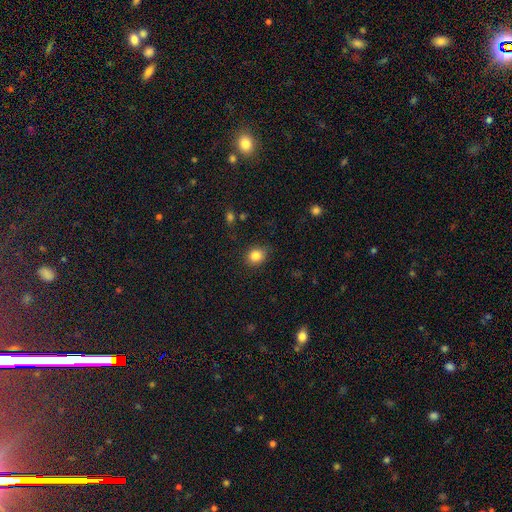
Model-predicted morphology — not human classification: type=smooth (84%); roundness=round (71%); merging=none (85%).